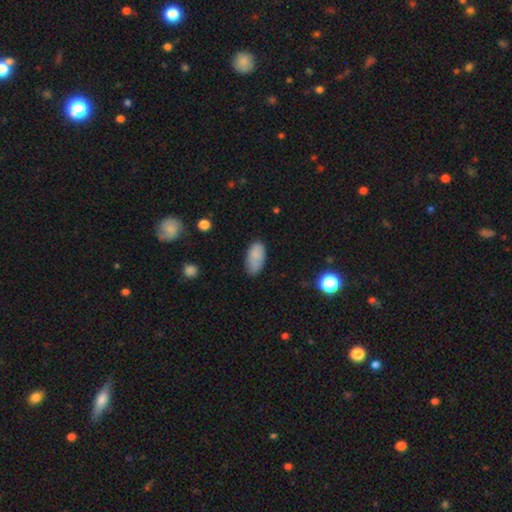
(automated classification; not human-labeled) Smooth or featured?
  - smooth: 82% *
  - featured or disk: 10%
  - star or artifact: 8%
How rounded?
  - in between: 94% *
  - cigar-shaped: 3%
  - round: 3%
Merging?
  - none: 71% *
  - minor disturbance: 22%
  - major disturbance: 5%
  - merger: 2%